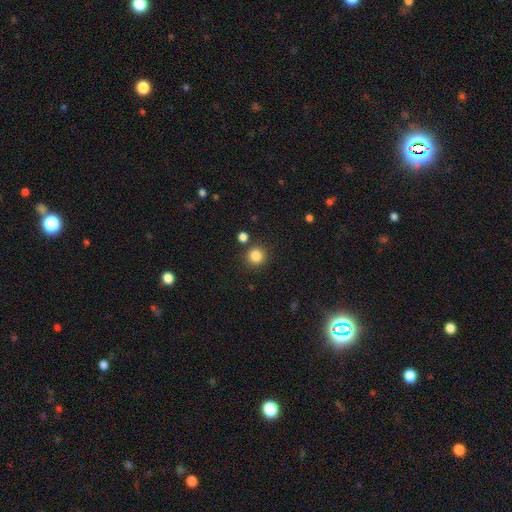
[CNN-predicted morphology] A smooth galaxy with no disk features (84%) that is round (93%). Merging: none (85%).